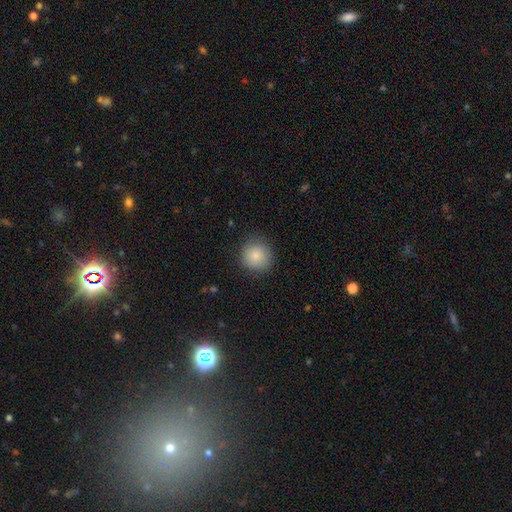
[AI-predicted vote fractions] Smooth or featured? smooth (86%)
How rounded? round (93%)
Merging? none (85%)